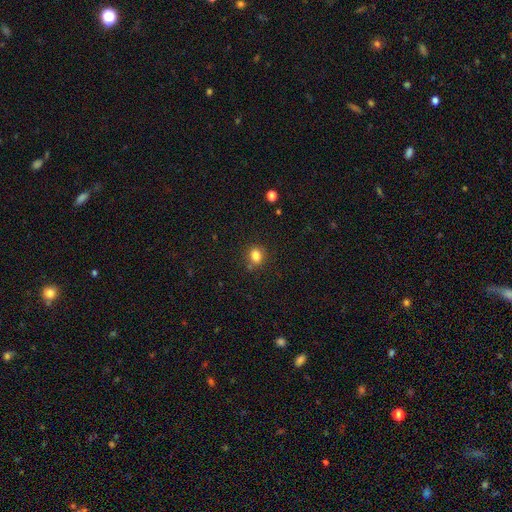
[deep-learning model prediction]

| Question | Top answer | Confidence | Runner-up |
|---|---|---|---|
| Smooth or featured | smooth | 82% | star or artifact (12%) |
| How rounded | round | 60% | in between (39%) |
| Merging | none | 77% | minor disturbance (13%) |